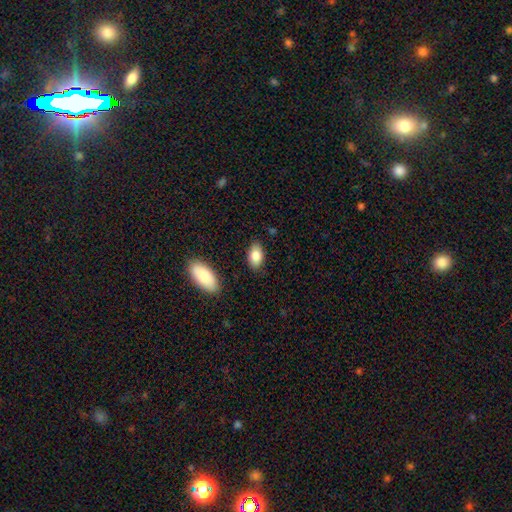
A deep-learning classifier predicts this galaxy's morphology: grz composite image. It shows a smooth galaxy with no disk features (85%) that is in between round and cigar-shaped (92%). Merging: none (84%).